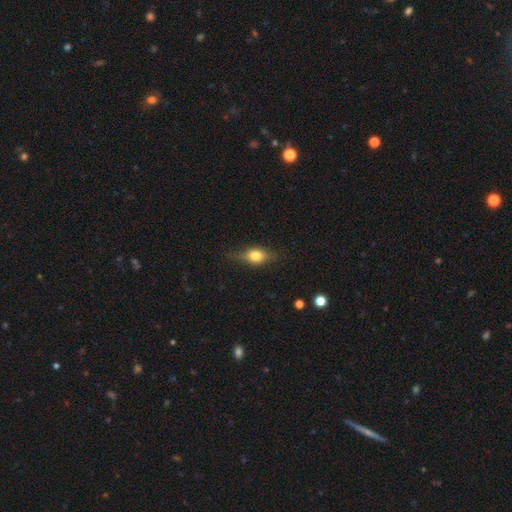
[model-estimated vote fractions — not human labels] Overall: smooth (68%). How rounded: in between (70%). Merging: none (68%).